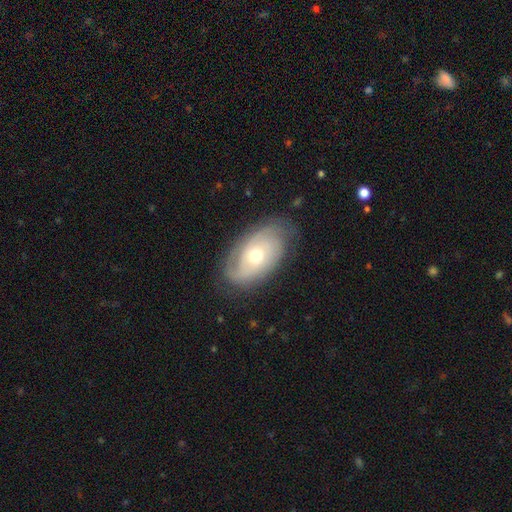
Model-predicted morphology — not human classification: A featured or disk galaxy (63%) with no bar (80%), spiral arms (77%) and a moderate central bulge (64%). Merging: none (72%).